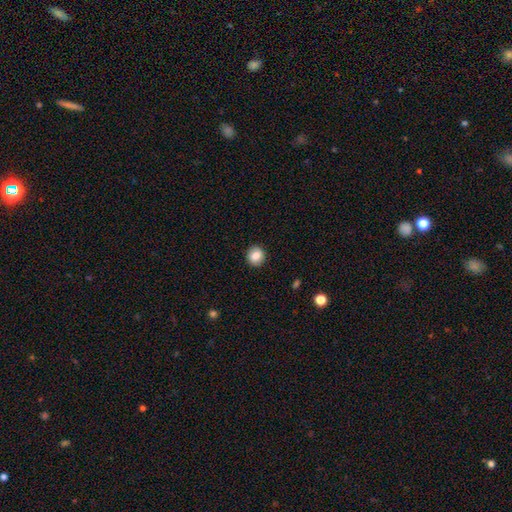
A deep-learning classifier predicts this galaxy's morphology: This appears to be a smooth galaxy with no disk features (84%) that is round (88%). Merging: none (91%).